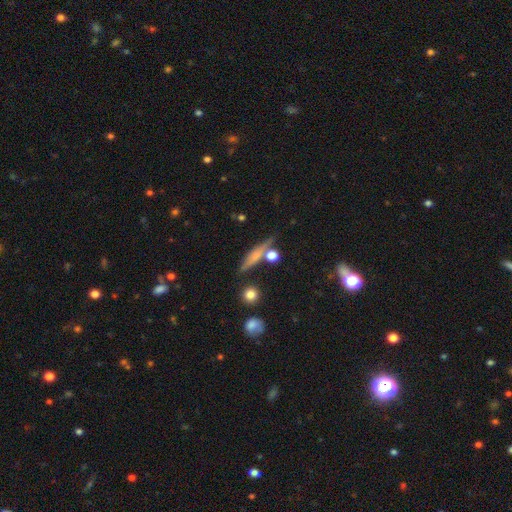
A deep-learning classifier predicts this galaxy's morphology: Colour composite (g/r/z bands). It shows a smooth galaxy with no disk features (51%) that is cigar-shaped (75%). Merging: none (67%).